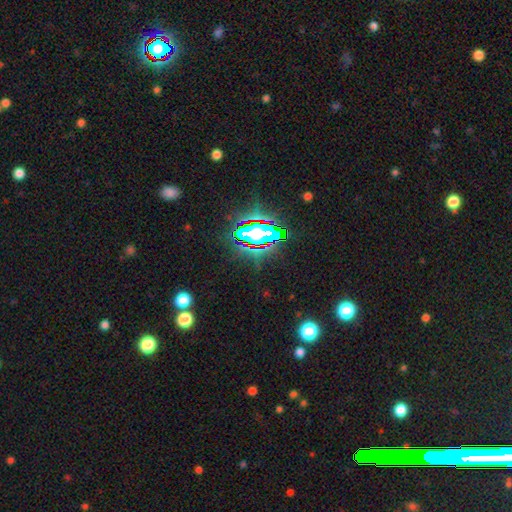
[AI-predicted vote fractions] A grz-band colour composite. It shows a star or artifact, not a galaxy (82%).